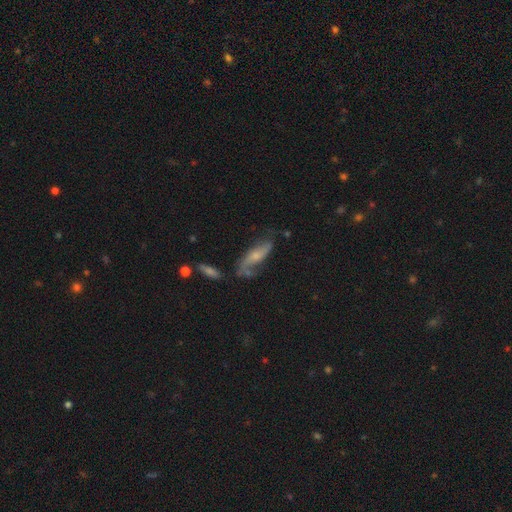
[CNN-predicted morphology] Smooth or featured? featured or disk (64%)
Edge-on disk? no (76%)
Merging? none (52%)